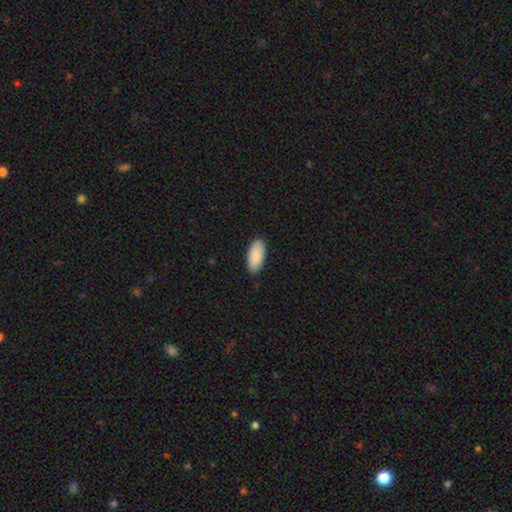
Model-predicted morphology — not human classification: Smooth or featured: smooth — 90% (star or artifact — 5%)
How rounded: in between — 93% (cigar-shaped — 6%)
Merging: none — 88% (minor disturbance — 9%)